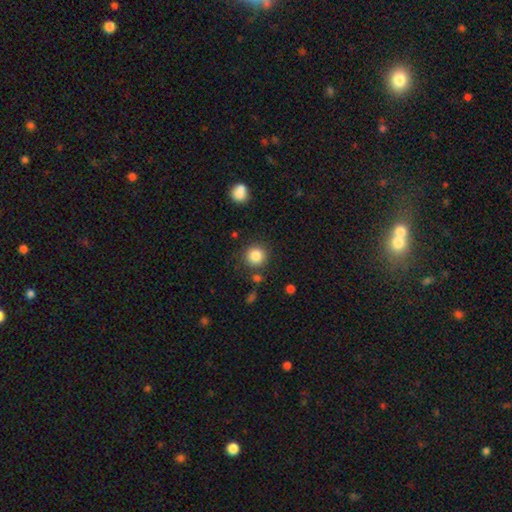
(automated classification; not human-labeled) A smooth galaxy with no disk features (85%) that is round (92%).

Vote fractions:
- Smooth or featured? smooth: 85% / star or artifact: 10% / featured or disk: 5%
- How rounded? round: 92% / in between: 7% / cigar-shaped: 1%
- Merging? none: 85% / minor disturbance: 8% / merger: 4% / major disturbance: 3%